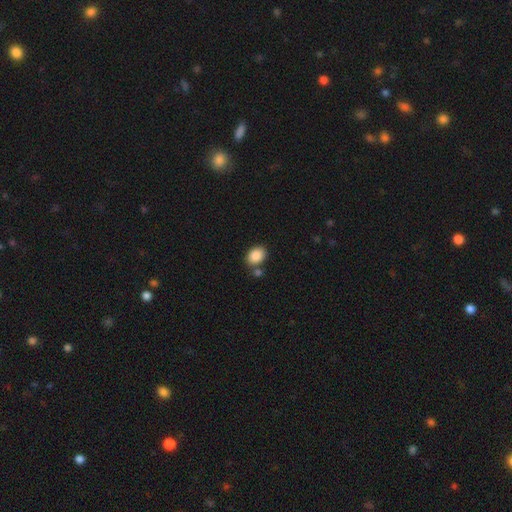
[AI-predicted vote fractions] Smooth or featured? Predicted: smooth (p=0.88). How rounded? Predicted: in between (p=0.69). Merging? Predicted: none (p=0.72).